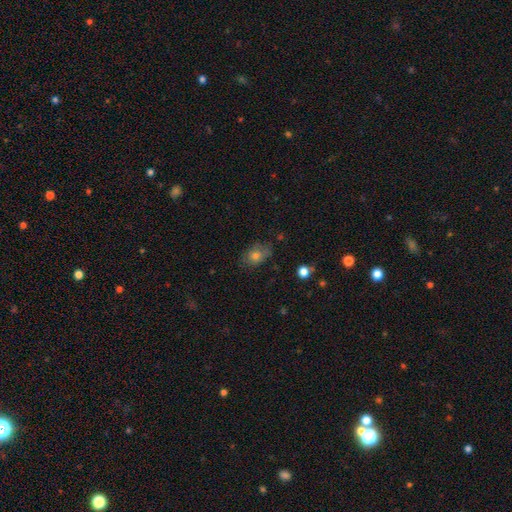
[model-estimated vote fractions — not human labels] This is likely a smooth galaxy (70%). How rounded: likely in between (75%). Merging: likely none (69%).